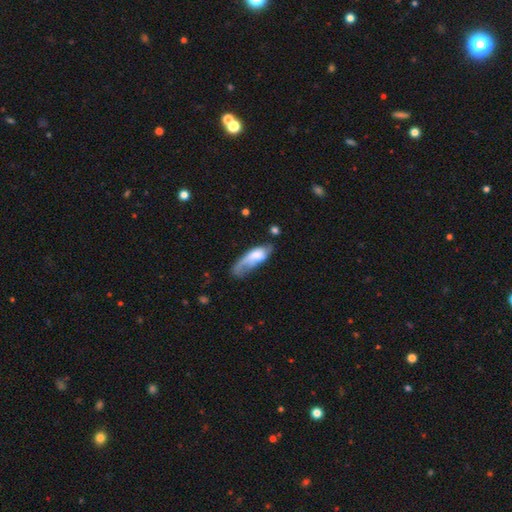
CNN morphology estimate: smooth 52%, featured or disk 41%, star or artifact 7%. Down the decision tree: how rounded — in between (68%); merging — major disturbance (38%).